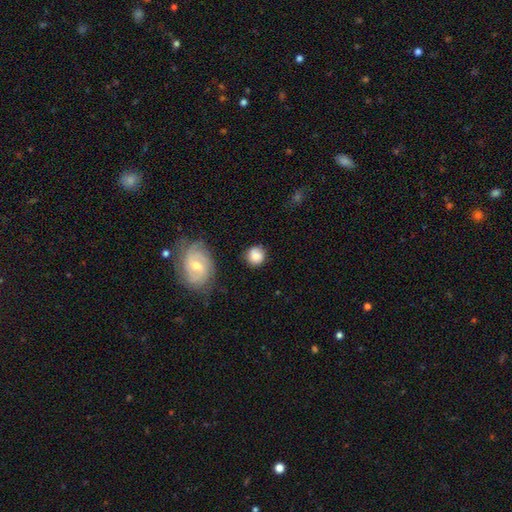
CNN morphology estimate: Overall: smooth (79%). How rounded: round (85%). Merging: none (75%).